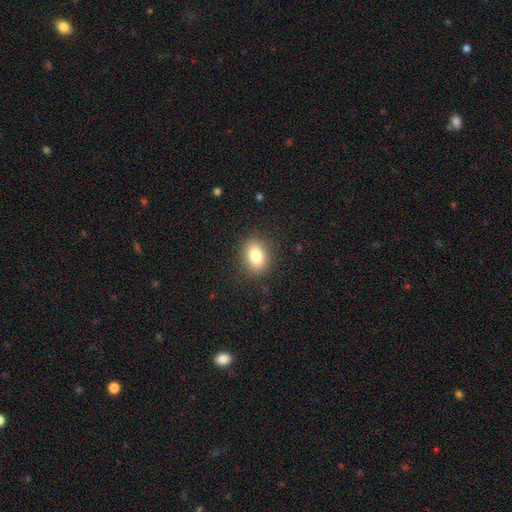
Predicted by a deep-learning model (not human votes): Q: Smooth or featured?
A: smooth (81%); runner-up: star or artifact (10%)
Q: How rounded?
A: in between (62%); runner-up: round (37%)
Q: Merging?
A: none (87%); runner-up: minor disturbance (9%)